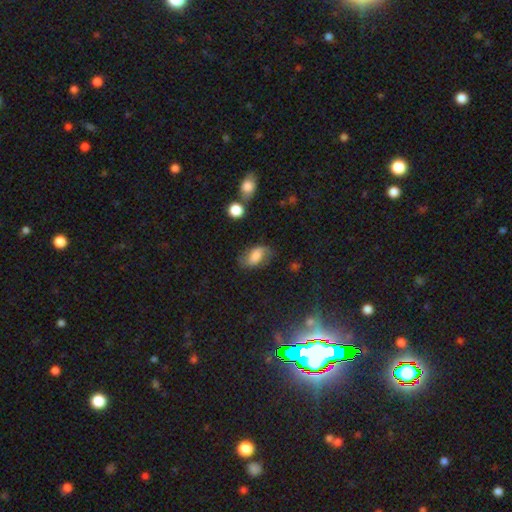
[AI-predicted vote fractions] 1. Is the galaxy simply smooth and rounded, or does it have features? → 58% smooth, 32% featured or disk, 10% star or artifact.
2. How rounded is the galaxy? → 89% in between, 9% round, 2% cigar-shaped.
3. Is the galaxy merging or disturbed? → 66% none, 22% minor disturbance, 9% major disturbance, 3% merger.